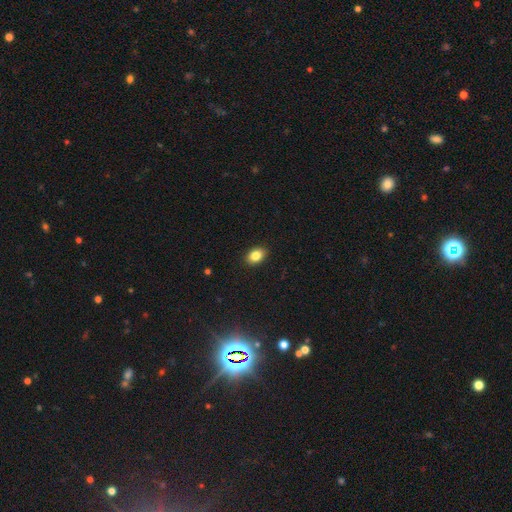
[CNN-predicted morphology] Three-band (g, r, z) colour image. It shows a smooth galaxy with no disk features (85%) that is in between round and cigar-shaped (80%). Merging: none (90%).